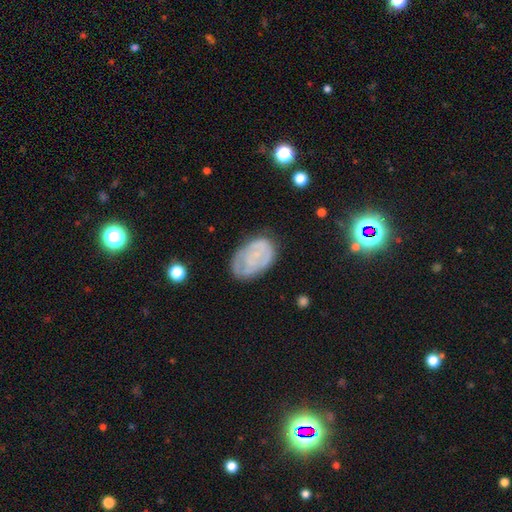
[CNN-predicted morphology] A featured or disk galaxy (50%). Merging: none (64%).